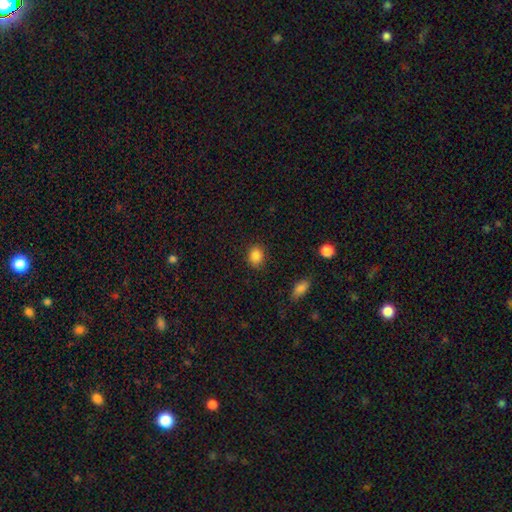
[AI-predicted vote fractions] smooth-or-featured: smooth: 86% | star or artifact: 11% | featured or disk: 3%
  how-rounded: round: 62% | in between: 37% | cigar-shaped: 1%
  merging: none: 84% | minor disturbance: 12% | major disturbance: 3% | merger: 2%